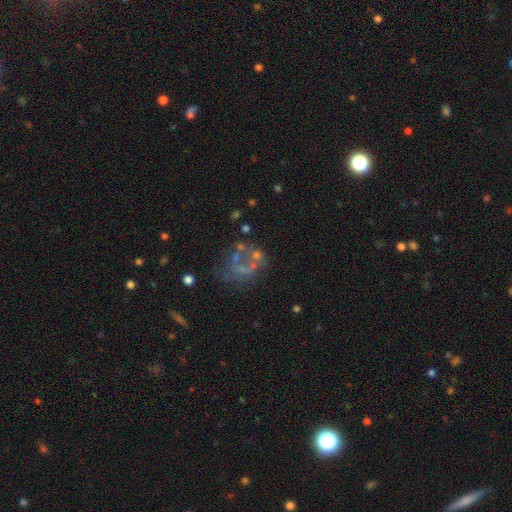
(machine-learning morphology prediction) The model was most divided on "merging": none: 37%, major disturbance: 30%, merger: 18%, minor disturbance: 15%. More confident: edge-on disk — no (98%); bar — no (93%); spiral arms — no (93%); bulge size — none (79%); smooth or featured — featured or disk (53%).